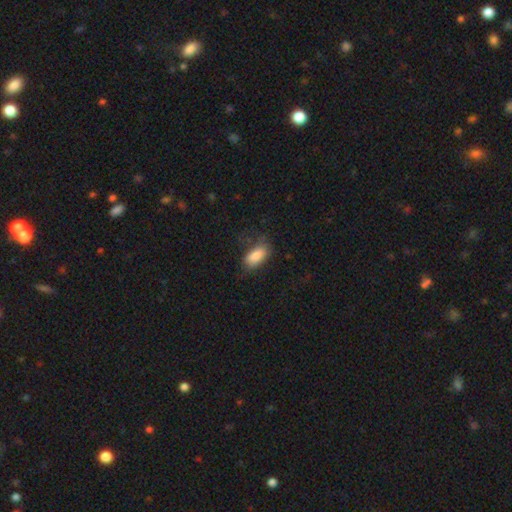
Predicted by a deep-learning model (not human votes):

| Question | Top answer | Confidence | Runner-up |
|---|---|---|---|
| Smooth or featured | smooth | 84% | featured or disk (9%) |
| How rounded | in between | 91% | cigar-shaped (6%) |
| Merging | none | 62% | minor disturbance (24%) |